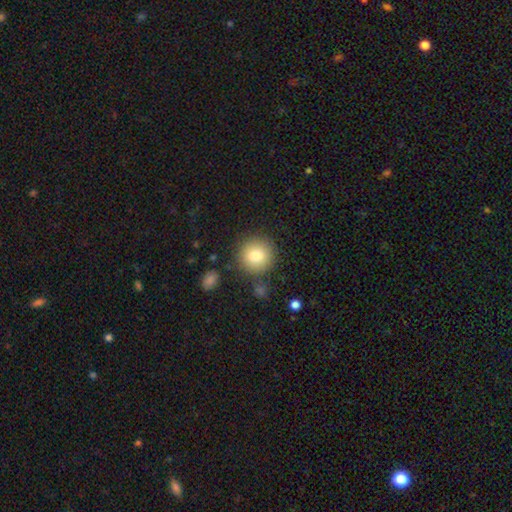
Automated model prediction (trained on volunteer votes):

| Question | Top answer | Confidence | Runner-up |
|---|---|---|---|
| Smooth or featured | smooth | 79% | featured or disk (11%) |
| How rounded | round | 94% | in between (5%) |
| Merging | none | 85% | minor disturbance (9%) |